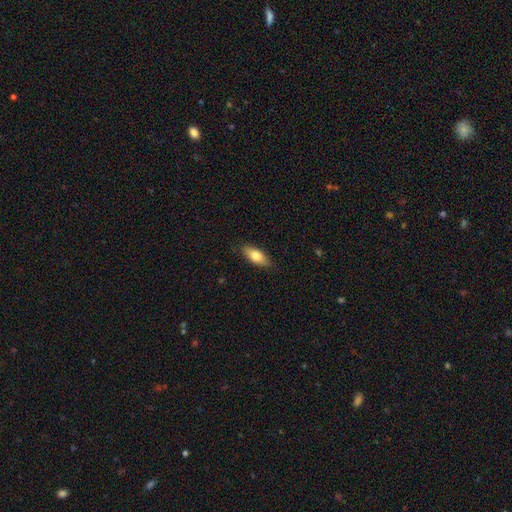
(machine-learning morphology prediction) Smooth or featured? Predicted: smooth (p=0.76). How rounded? Predicted: in between (p=0.80). Merging? Predicted: none (p=0.85).